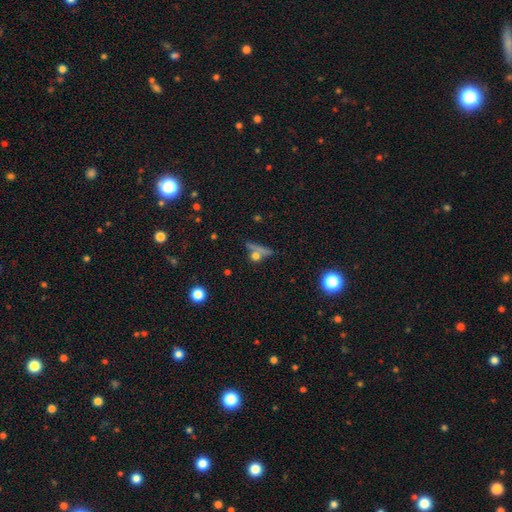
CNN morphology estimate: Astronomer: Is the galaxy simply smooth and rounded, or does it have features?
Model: smooth — 59%.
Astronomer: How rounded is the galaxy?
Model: round — 50% (runner-up: cigar-shaped, 28%).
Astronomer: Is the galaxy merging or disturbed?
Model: none — 52%.